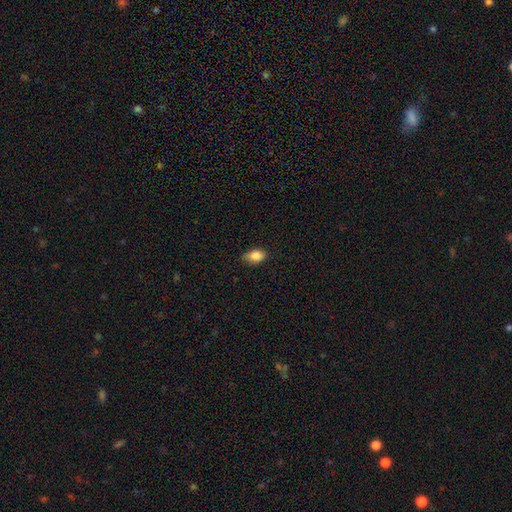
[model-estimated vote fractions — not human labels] smooth-or-featured: smooth: 85% | star or artifact: 8% | featured or disk: 7%
  how-rounded: in between: 87% | round: 10% | cigar-shaped: 3%
  merging: none: 68% | minor disturbance: 26% | major disturbance: 4% | merger: 1%